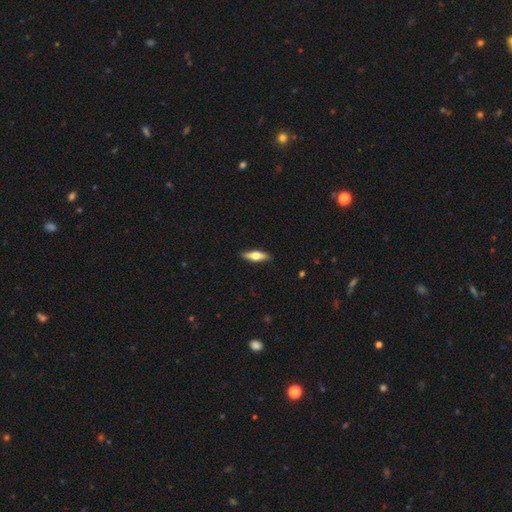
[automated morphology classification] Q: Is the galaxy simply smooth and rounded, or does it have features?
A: smooth — 52%.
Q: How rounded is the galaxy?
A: cigar-shaped — 54%.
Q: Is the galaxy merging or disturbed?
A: none — 90%.